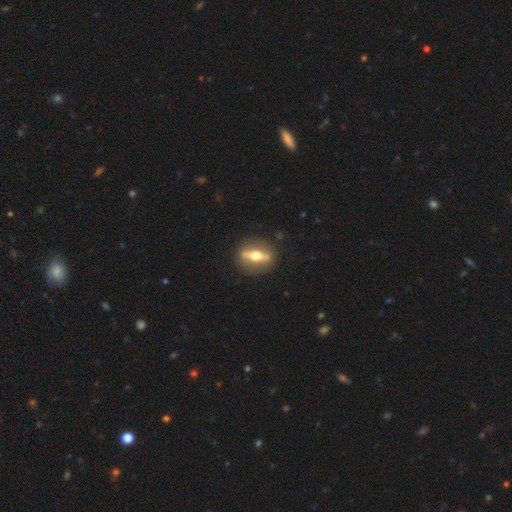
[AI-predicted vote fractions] featured or disk 68%, smooth 25%, star or artifact 6%. Down the decision tree: edge-on disk — yes (74%); edge-on bulge — rounded (94%); merging — none (86%).